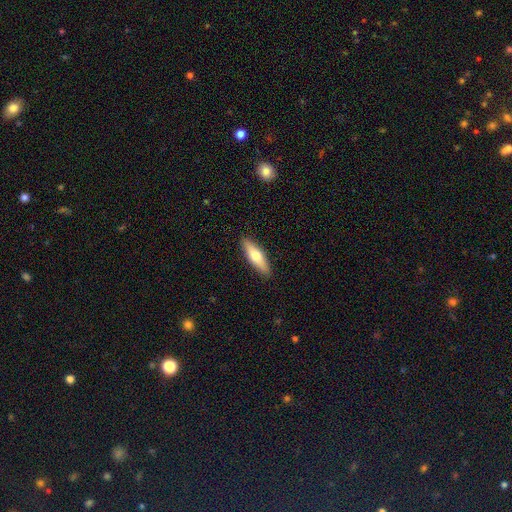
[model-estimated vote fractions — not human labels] Smooth or featured? smooth (62%)
How rounded? cigar-shaped (58%)
Merging? none (90%)